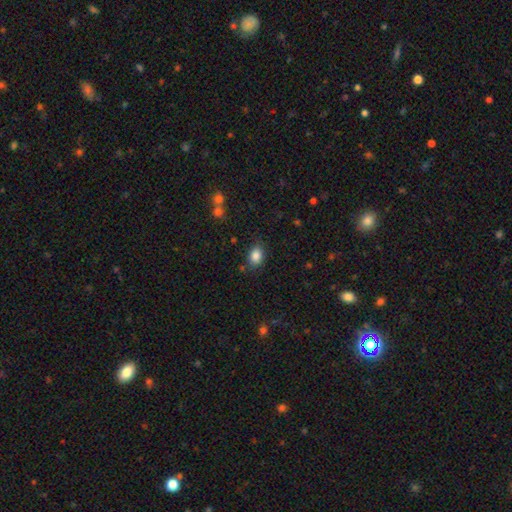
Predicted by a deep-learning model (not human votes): The model was most divided on "how rounded": in between: 73%, round: 26%, cigar-shaped: 1%. More confident: smooth or featured — smooth (86%); merging — none (79%).